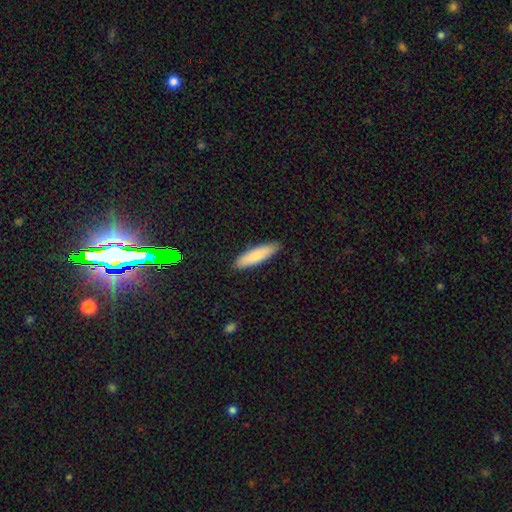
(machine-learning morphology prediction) This appears to be a smooth galaxy with no disk features (83%) that is cigar-shaped (72%). Merging: none (89%).